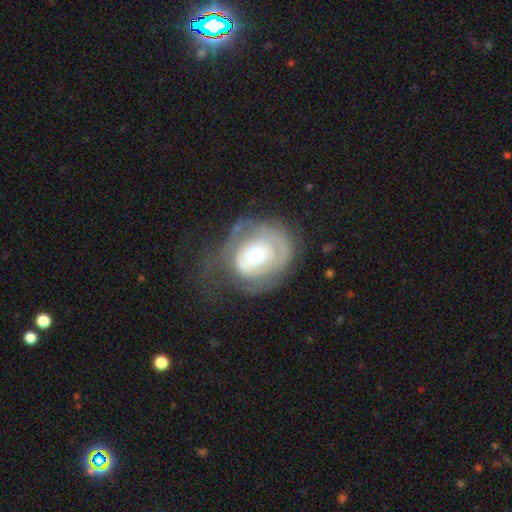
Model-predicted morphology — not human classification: This is likely a featured or disk galaxy (62%). It is clearly not viewed edge-on (96%). Bar: likely no (73%). Spiral arm pattern: possibly yes (55%). Central bulge: likely moderate (62%). Merging: marginally none (37%).